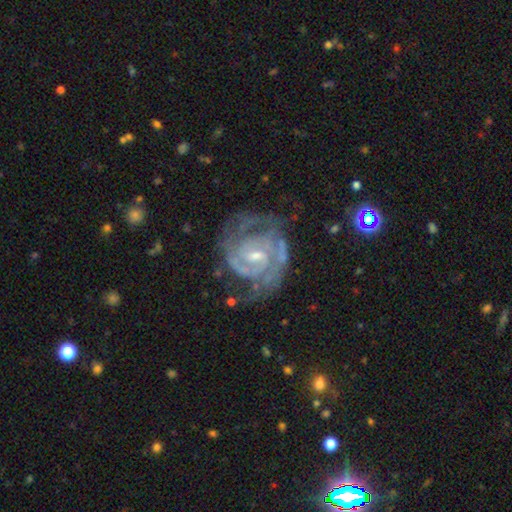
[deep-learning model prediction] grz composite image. It shows a featured or disk galaxy (91%) with a weak bar (52%), 2 (54%) tight (66%) spiral arms (98%) and a small central bulge (55%). Merging: none (66%).